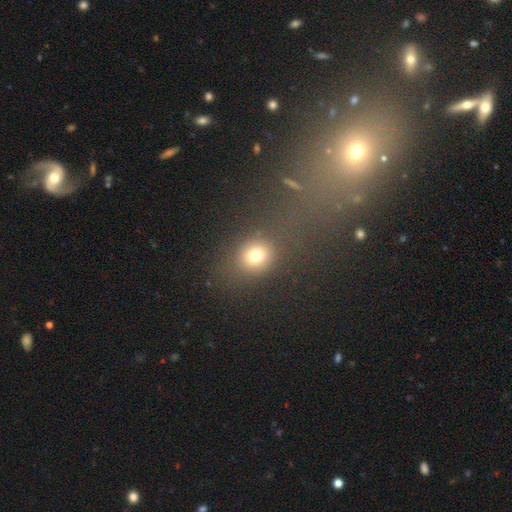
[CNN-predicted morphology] This is likely a smooth galaxy (74%). How rounded: likely round (64%). Merging: likely none (75%).